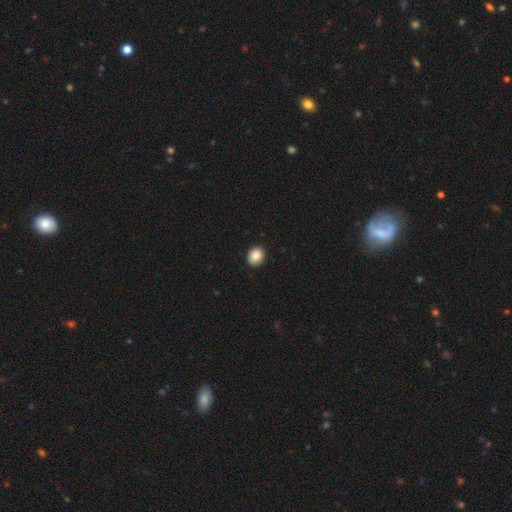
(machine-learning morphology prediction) Overall: smooth (87%). How rounded: round (65%; in between 34%). Merging: none (89%).